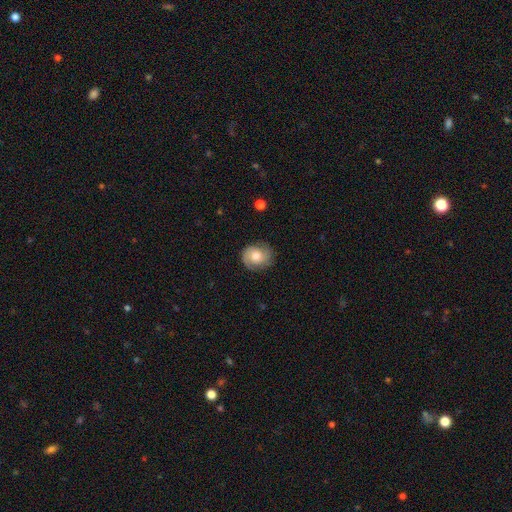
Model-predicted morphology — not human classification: Smooth or featured? smooth (46%, tied with featured or disk)
Merging? none (77%)